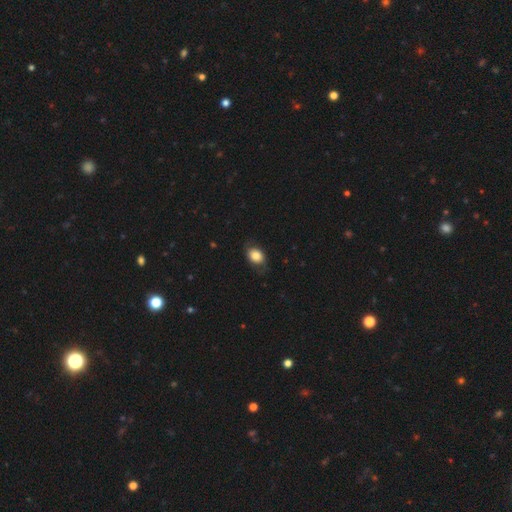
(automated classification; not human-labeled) A smooth galaxy with no disk features (78%) that is in between round and cigar-shaped (67%).

Vote fractions:
- Smooth or featured? smooth: 78% / featured or disk: 14% / star or artifact: 8%
- How rounded? in between: 67% / round: 32% / cigar-shaped: 1%
- Merging? none: 71% / minor disturbance: 20% / major disturbance: 7% / merger: 1%